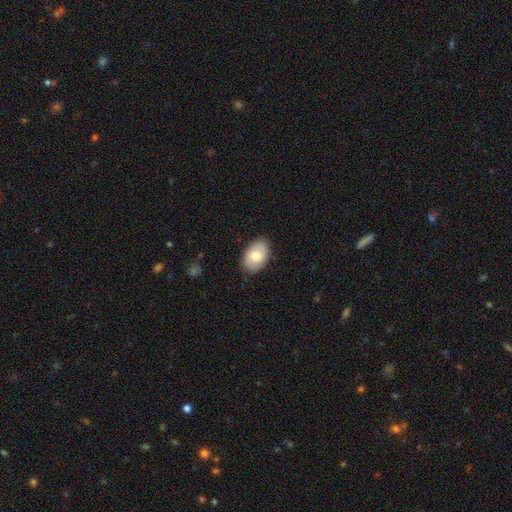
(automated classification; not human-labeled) A smooth galaxy with no disk features (74%) that is in between round and cigar-shaped (88%).

Vote fractions:
- Smooth or featured? smooth: 74% / featured or disk: 20% / star or artifact: 6%
- How rounded? in between: 88% / round: 11% / cigar-shaped: 1%
- Merging? none: 84% / minor disturbance: 12% / major disturbance: 2% / merger: 1%